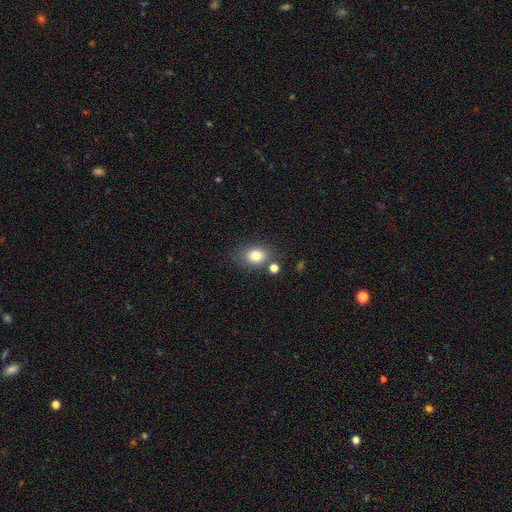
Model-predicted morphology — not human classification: Overall: smooth (81%). How rounded: in between (63%; round 36%). Merging: none (70%).